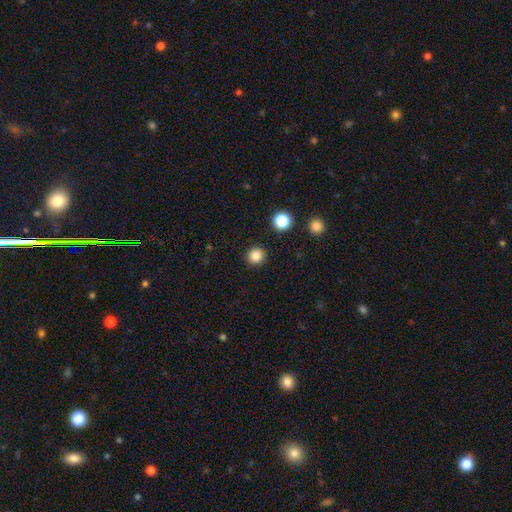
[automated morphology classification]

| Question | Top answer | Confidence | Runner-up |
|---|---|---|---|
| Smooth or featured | smooth | 85% | star or artifact (12%) |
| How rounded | round | 95% | in between (4%) |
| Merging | none | 92% | minor disturbance (5%) |